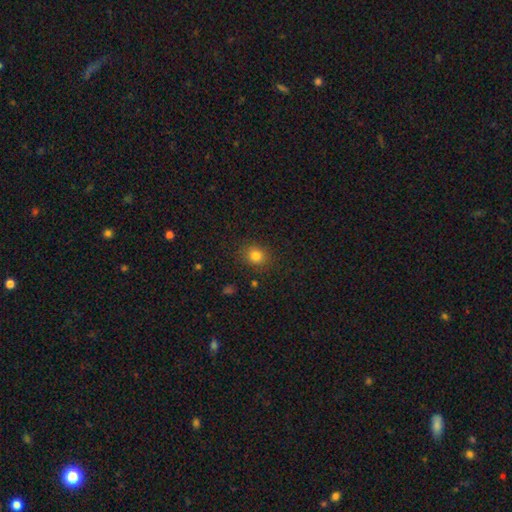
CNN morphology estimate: Q: Smooth or featured?
A: smooth (82%); runner-up: star or artifact (12%)
Q: How rounded?
A: round (73%); runner-up: in between (26%)
Q: Merging?
A: none (86%); runner-up: minor disturbance (10%)